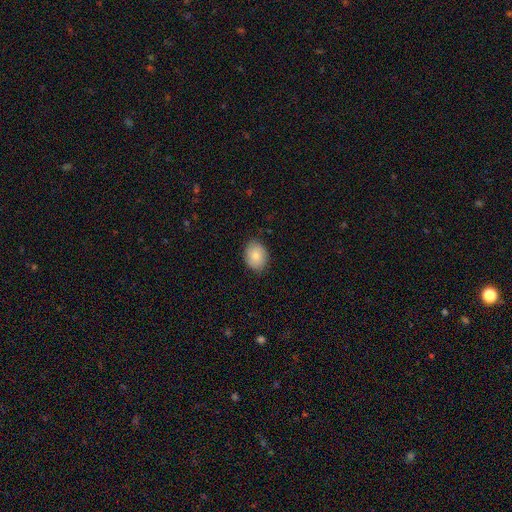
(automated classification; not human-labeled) This appears to be a smooth galaxy with no disk features (80%) that is in between round and cigar-shaped (59%). Merging: none (79%).